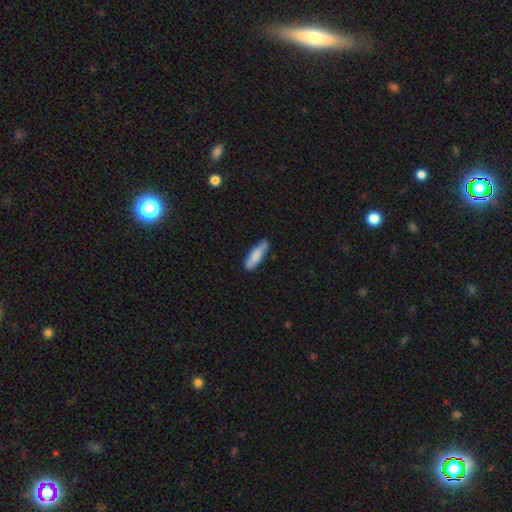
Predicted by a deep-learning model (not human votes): The model was most divided on "how rounded": cigar-shaped: 62%, in between: 37%, round: 2%. More confident: smooth or featured — smooth (82%); merging — none (80%).